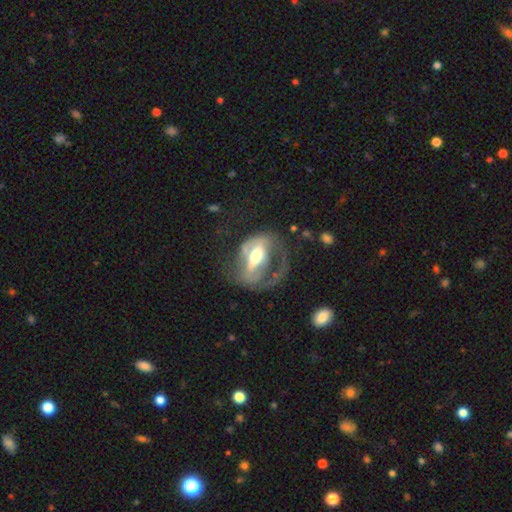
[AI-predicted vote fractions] The model was most divided on "merging": major disturbance: 49%, none: 31%, minor disturbance: 16%, merger: 4%. More confident: edge-on disk — no (90%); smooth or featured — featured or disk (75%); bulge size — moderate (65%); spiral arms — yes (64%); bar — strong (55%).